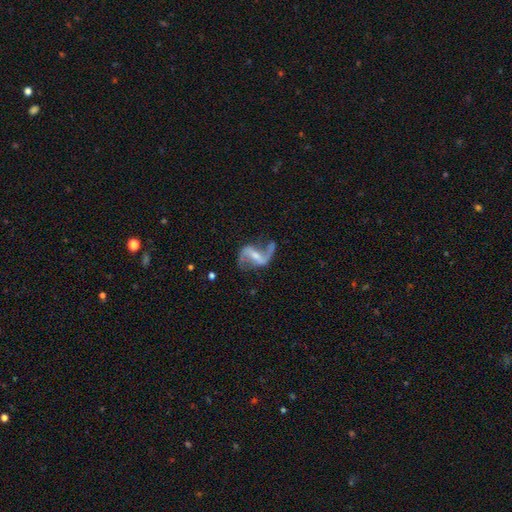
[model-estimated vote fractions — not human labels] This appears to be a featured or disk galaxy (88%) with a strong bar (50%), 2 (90%) loose (74%) spiral arms (95%) and a small central bulge (54%). Merging: none (64%).